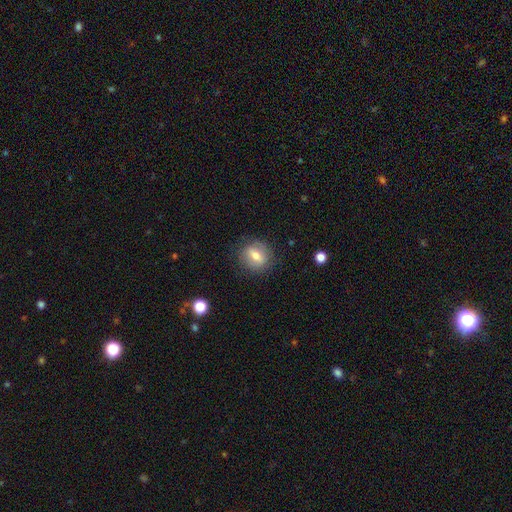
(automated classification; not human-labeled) Smooth or featured?
  - smooth: 61% *
  - featured or disk: 30%
  - star or artifact: 10%
How rounded?
  - round: 68% *
  - in between: 30%
  - cigar-shaped: 2%
Merging?
  - none: 83% *
  - minor disturbance: 12%
  - major disturbance: 4%
  - merger: 1%